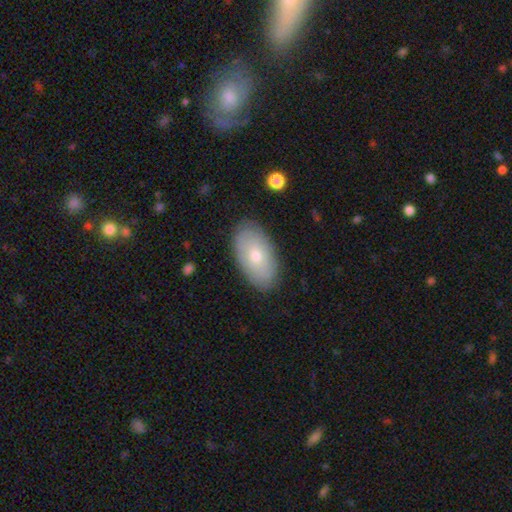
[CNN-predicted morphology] Smooth or featured?
  - smooth: 66% *
  - featured or disk: 28%
  - star or artifact: 6%
How rounded?
  - in between: 95% *
  - round: 4%
  - cigar-shaped: 2%
Merging?
  - none: 86% *
  - minor disturbance: 11%
  - major disturbance: 2%
  - merger: 1%